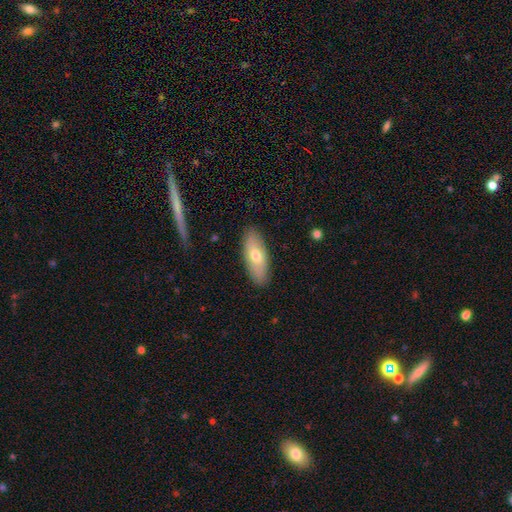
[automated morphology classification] Smooth or featured? smooth (62%)
How rounded? in between (80%)
Merging? none (88%)